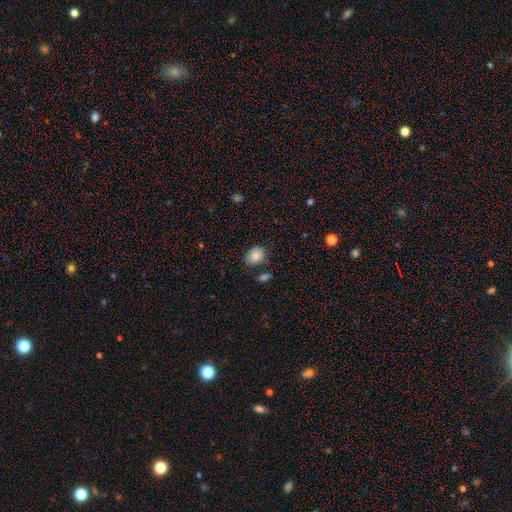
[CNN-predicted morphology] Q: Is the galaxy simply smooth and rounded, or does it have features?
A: smooth — 82%.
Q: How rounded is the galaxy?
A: in between — 67%.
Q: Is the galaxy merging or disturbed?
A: none — 73%.